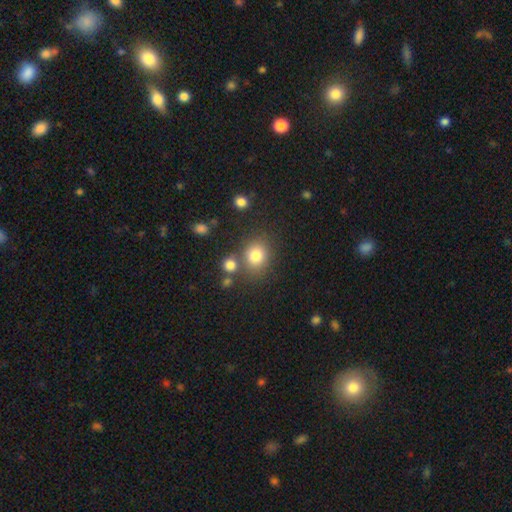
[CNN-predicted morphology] smooth-or-featured: smooth: 80% | star or artifact: 12% | featured or disk: 8%
  how-rounded: round: 69% | in between: 30% | cigar-shaped: 1%
  merging: none: 70% | merger: 14% | minor disturbance: 11% | major disturbance: 5%